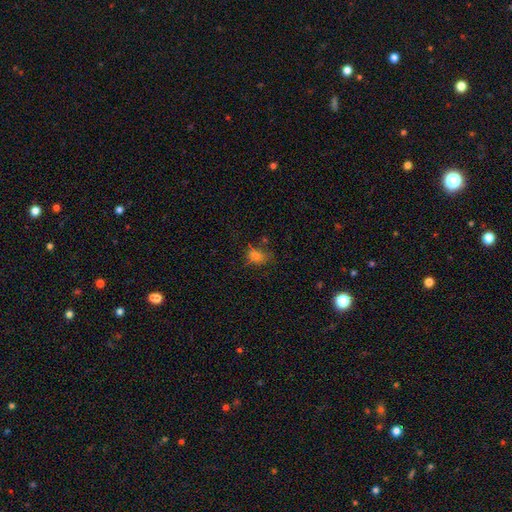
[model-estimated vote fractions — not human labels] Smooth or featured? smooth (74%)
How rounded? in between (67%)
Merging? none (53%)